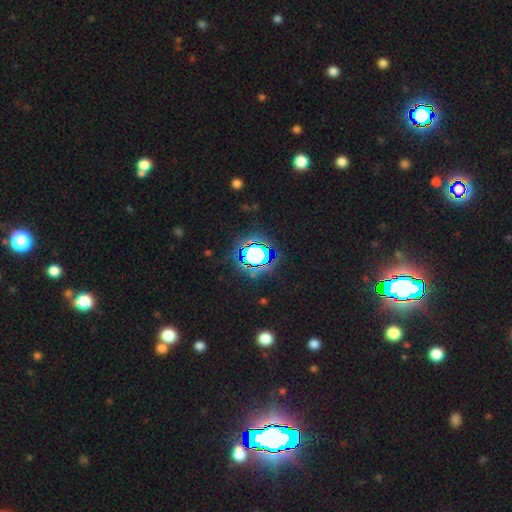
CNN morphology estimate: Q: Smooth or featured?
A: star or artifact (81%); runner-up: smooth (11%)